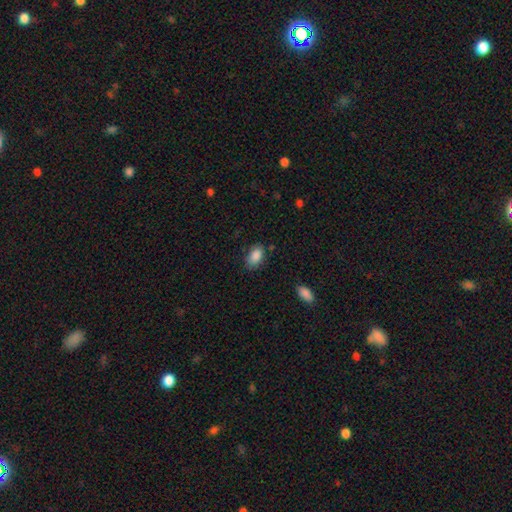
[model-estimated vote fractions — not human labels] smooth 88%, star or artifact 7%, featured or disk 5%. Down the decision tree: how rounded — in between (91%); merging — none (79%).